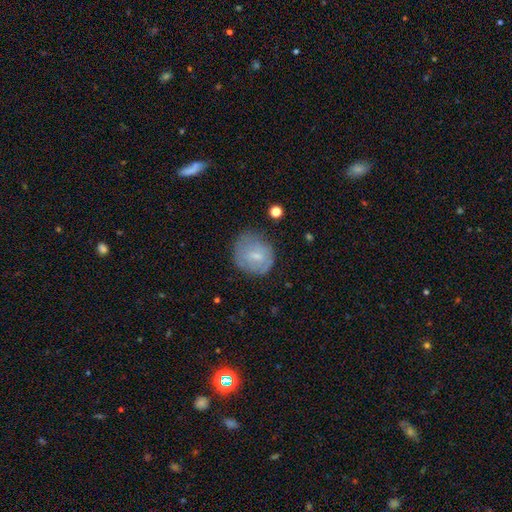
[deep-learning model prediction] This is likely a smooth galaxy (63%). How rounded: likely round (73%). Merging: likely none (64%).